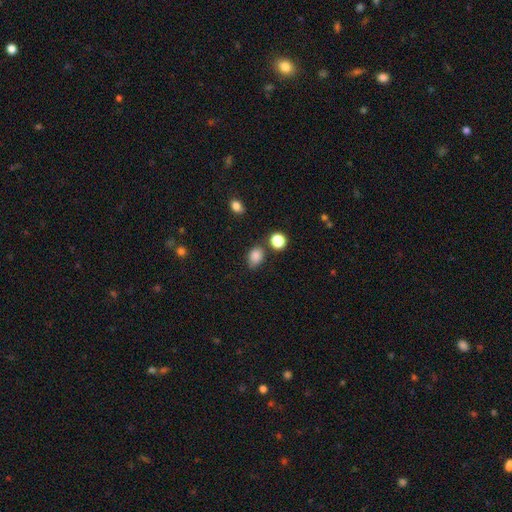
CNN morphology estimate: This appears to be a smooth galaxy with no disk features (84%) that is in between round and cigar-shaped (70%). Merging: none (69%).